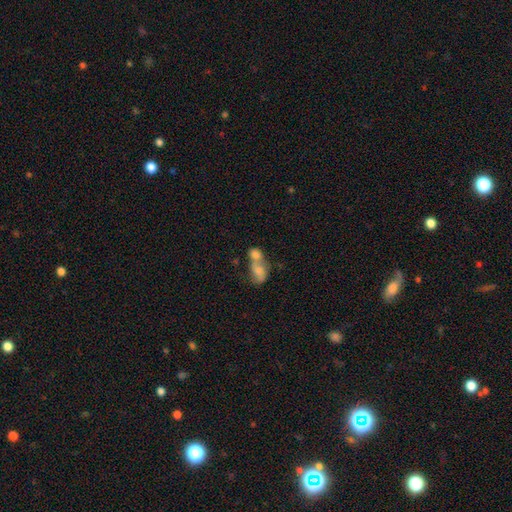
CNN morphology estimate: Q: Smooth or featured?
A: smooth (72%); runner-up: featured or disk (19%)
Q: How rounded?
A: in between (72%); runner-up: round (25%)
Q: Merging?
A: merger (76%); runner-up: none (13%)